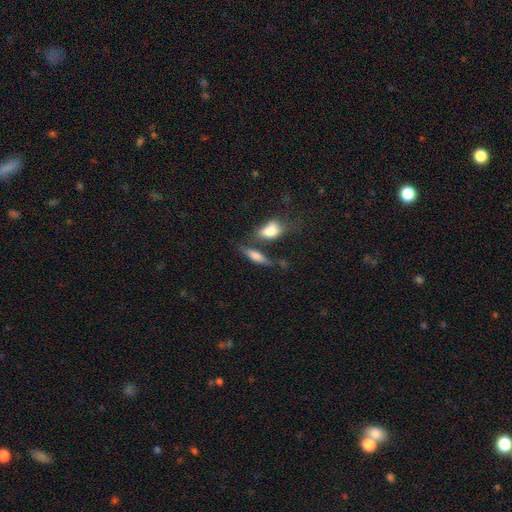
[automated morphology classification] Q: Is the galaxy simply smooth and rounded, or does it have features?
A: smooth — 66%.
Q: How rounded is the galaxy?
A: in between — 52%.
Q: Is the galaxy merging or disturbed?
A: none — 52%.